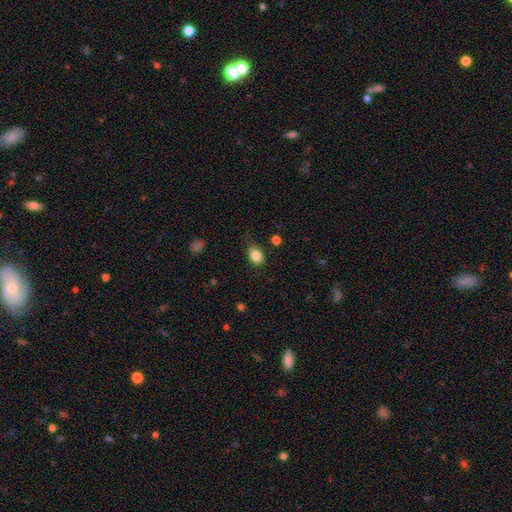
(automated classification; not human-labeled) Overall: smooth (84%). How rounded: in between (69%; round 30%). Merging: none (71%).